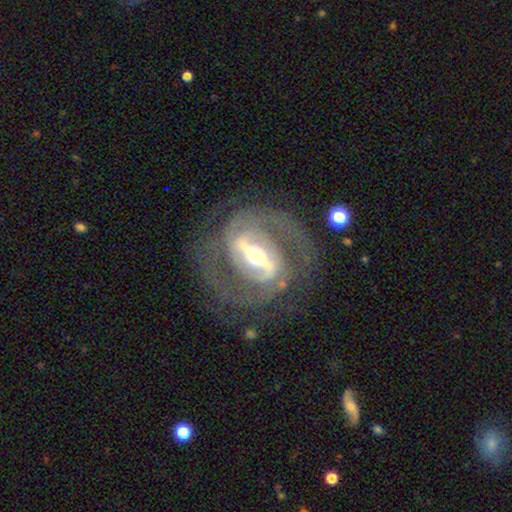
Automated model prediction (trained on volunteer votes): Overall: featured or disk (90%). Edge-on disk: no (95%). Bar: strong (73%). Spiral arms: yes (93%). Spiral arm count: 2 (82%). Spiral winding: medium (45%, tied with tight). Bulge size: moderate (61%; small 29%). Merging: none (75%).